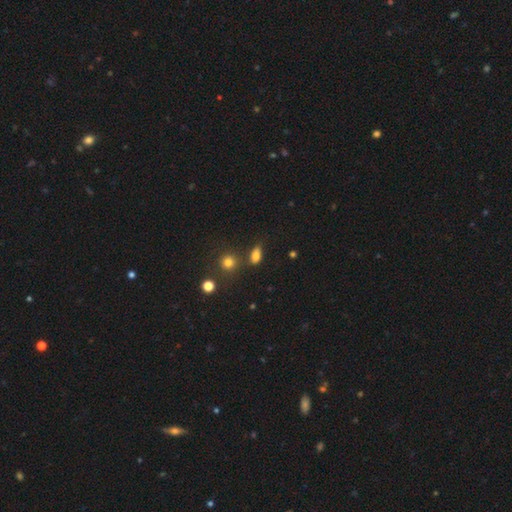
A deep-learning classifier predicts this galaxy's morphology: Q: Smooth or featured?
A: smooth (80%); runner-up: star or artifact (12%)
Q: How rounded?
A: in between (80%); runner-up: round (13%)
Q: Merging?
A: none (65%); runner-up: minor disturbance (20%)